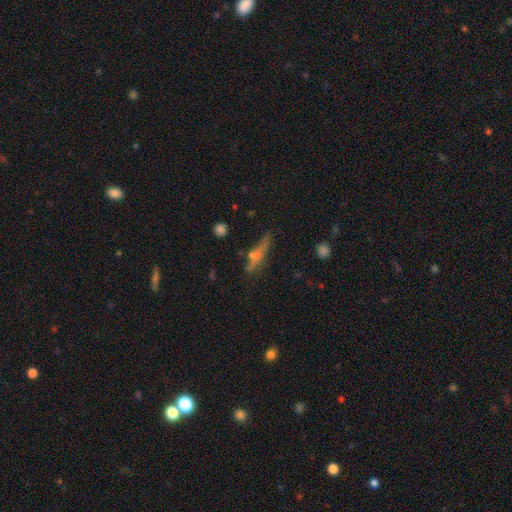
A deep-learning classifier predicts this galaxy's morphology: Smooth or featured? Predicted: smooth (p=0.50). How rounded? Predicted: cigar-shaped (p=0.79). Merging? Predicted: none (p=0.61).